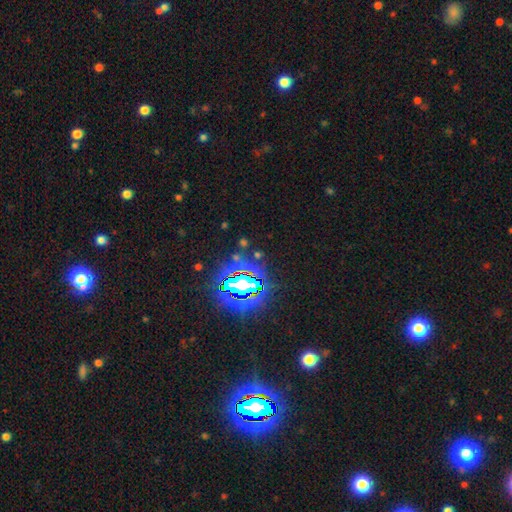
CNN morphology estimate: Smooth or featured? Predicted: star or artifact (p=0.79).